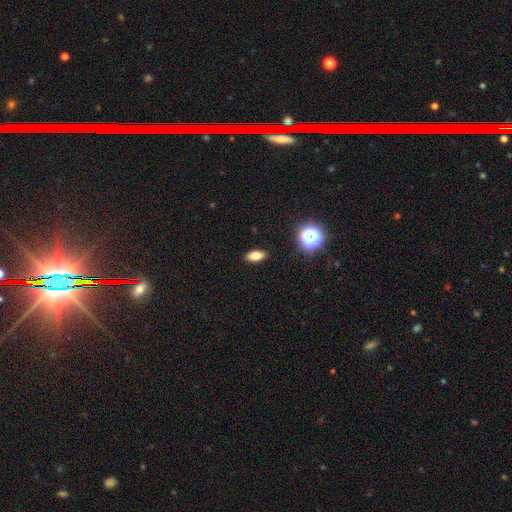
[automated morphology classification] Q: Smooth or featured?
A: smooth (75%); runner-up: featured or disk (12%)
Q: How rounded?
A: in between (83%); runner-up: cigar-shaped (10%)
Q: Merging?
A: none (90%); runner-up: minor disturbance (7%)